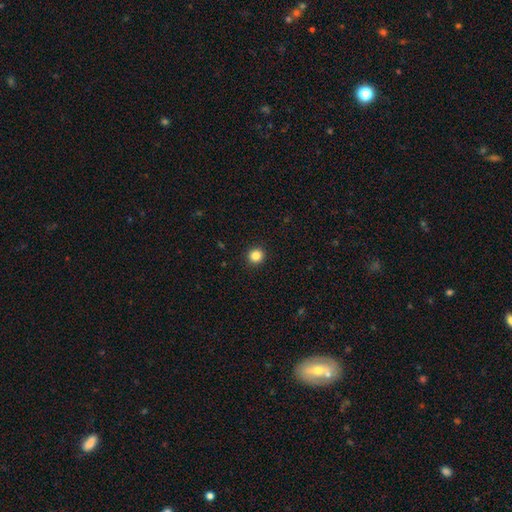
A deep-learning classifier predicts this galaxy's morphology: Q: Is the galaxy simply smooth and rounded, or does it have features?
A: smooth — 85%.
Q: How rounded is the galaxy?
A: round — 93%.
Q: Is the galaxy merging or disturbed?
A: none — 93%.